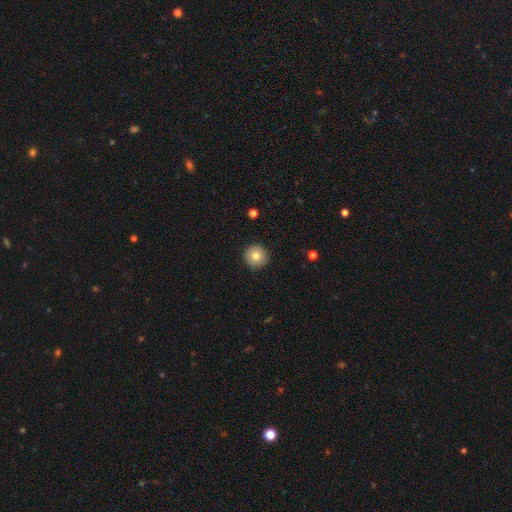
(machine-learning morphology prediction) Overall: smooth (82%). How rounded: round (96%). Merging: none (91%).